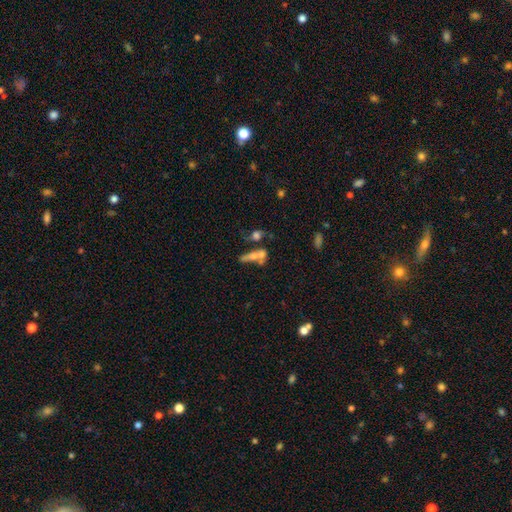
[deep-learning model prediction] A smooth galaxy with no disk features (51%) that is in between round and cigar-shaped (47%). Merging: merger (51%).